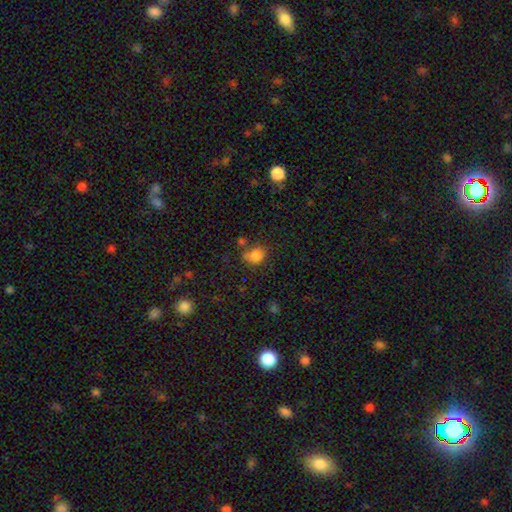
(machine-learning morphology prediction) Overall: smooth (81%). How rounded: round (62%; in between 37%). Merging: none (60%).